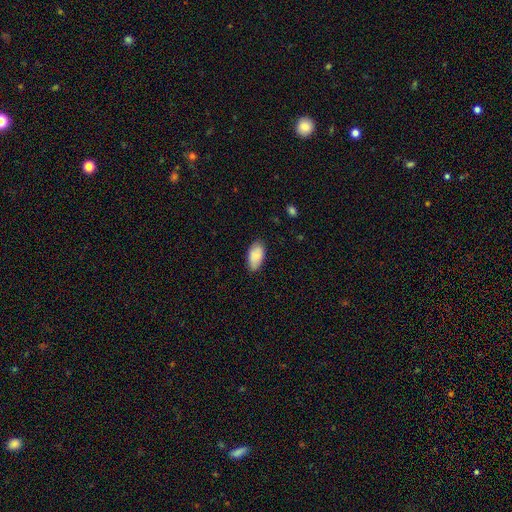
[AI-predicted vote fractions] Smooth or featured? smooth (84%)
How rounded? in between (94%)
Merging? none (80%)